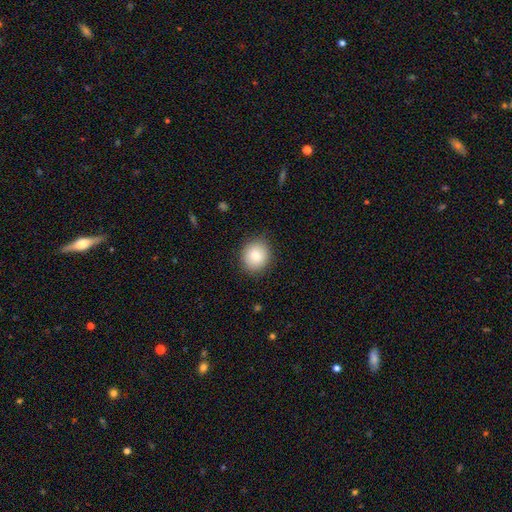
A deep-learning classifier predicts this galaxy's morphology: This appears to be a smooth galaxy with no disk features (84%) that is round (79%). Merging: none (87%).